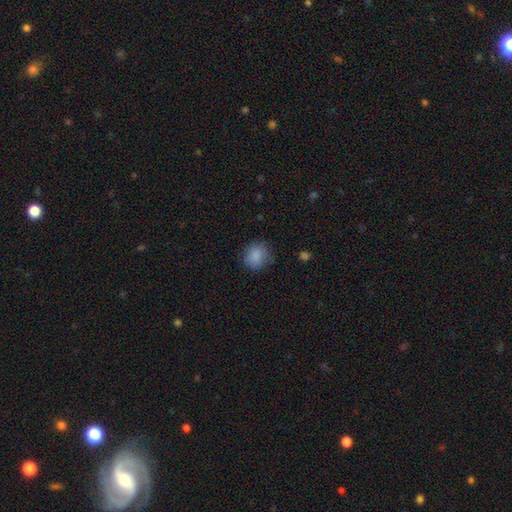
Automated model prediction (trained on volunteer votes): Morphology: type=smooth (86%); roundness=round (79%); merging=none (72%).